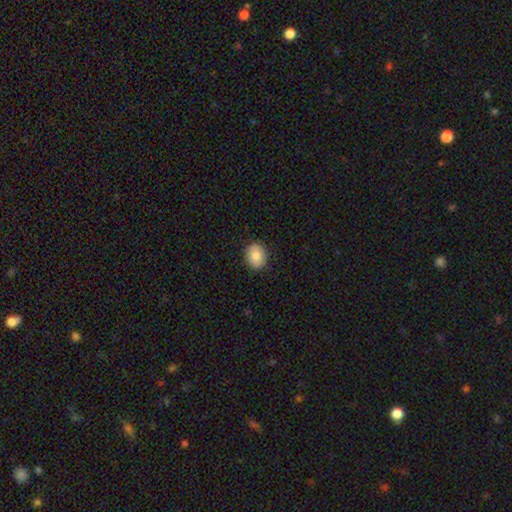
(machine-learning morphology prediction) smooth_or_featured: smooth (p=0.83) [alt: featured or disk p=0.09]
how_rounded: round (p=0.56) [alt: in between p=0.43]
merging: none (p=0.89) [alt: minor disturbance p=0.08]